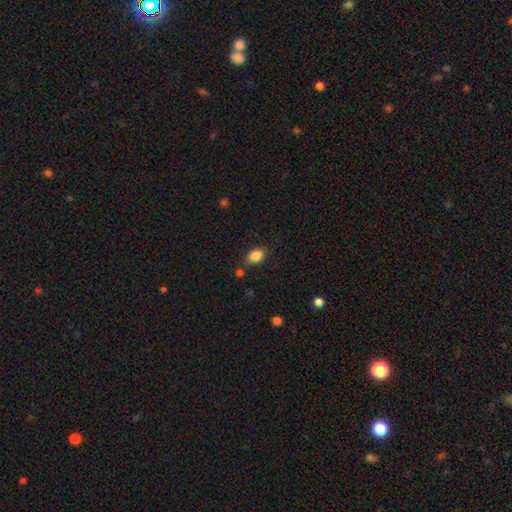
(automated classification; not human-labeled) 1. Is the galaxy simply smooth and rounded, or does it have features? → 87% smooth, 8% star or artifact, 5% featured or disk.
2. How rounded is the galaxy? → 86% in between, 13% round, 2% cigar-shaped.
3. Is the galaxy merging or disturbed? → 81% none, 12% minor disturbance, 4% merger, 3% major disturbance.